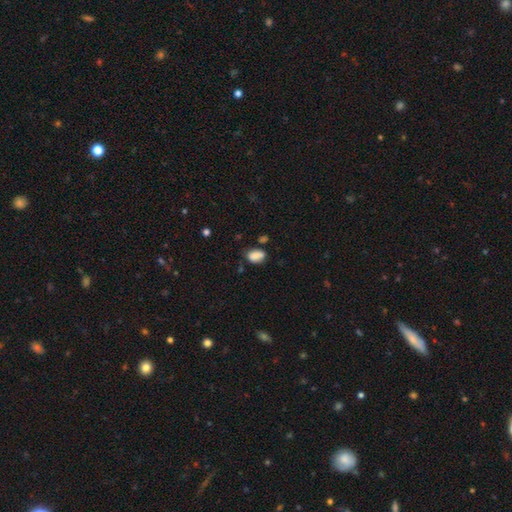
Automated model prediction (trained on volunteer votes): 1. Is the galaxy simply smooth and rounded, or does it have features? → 84% smooth, 10% star or artifact, 7% featured or disk.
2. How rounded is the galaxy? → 84% in between, 14% round, 2% cigar-shaped.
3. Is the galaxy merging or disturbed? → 57% none, 27% minor disturbance, 9% merger, 7% major disturbance.